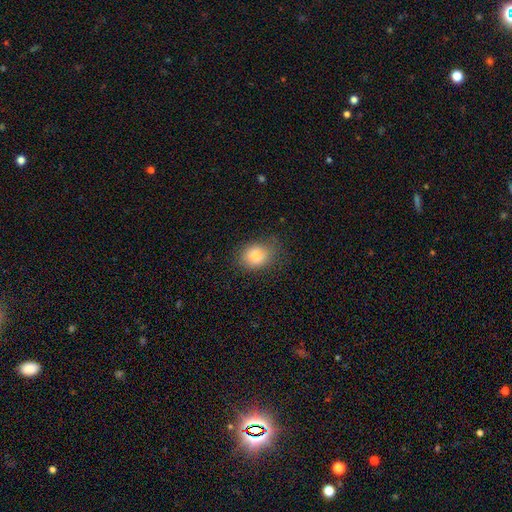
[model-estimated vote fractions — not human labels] Q: Smooth or featured?
A: smooth (82%); runner-up: star or artifact (9%)
Q: How rounded?
A: in between (54%); runner-up: round (45%)
Q: Merging?
A: none (76%); runner-up: minor disturbance (18%)